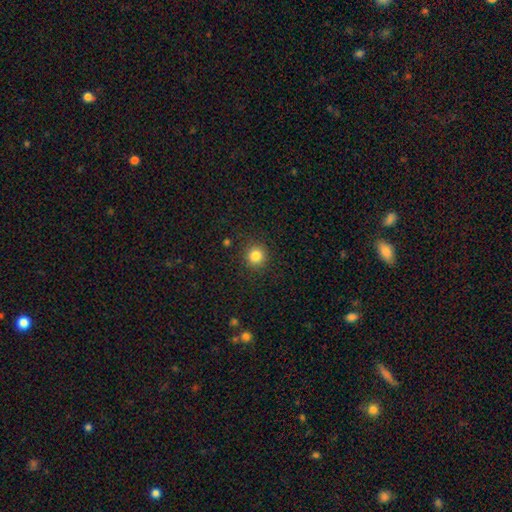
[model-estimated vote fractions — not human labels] smooth-or-featured: smooth: 84% | star or artifact: 11% | featured or disk: 5%
  how-rounded: round: 93% | in between: 6% | cigar-shaped: 1%
  merging: none: 91% | minor disturbance: 6% | major disturbance: 2% | merger: 1%